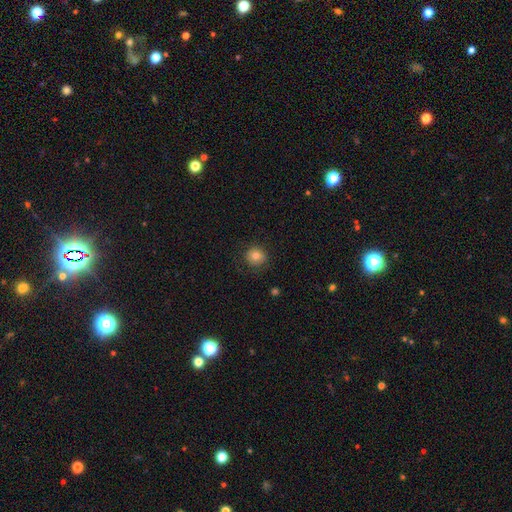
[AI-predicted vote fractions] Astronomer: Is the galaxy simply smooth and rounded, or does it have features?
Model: smooth — 79%.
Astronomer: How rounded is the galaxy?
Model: round — 90%.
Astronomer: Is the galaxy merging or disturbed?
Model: none — 82%.